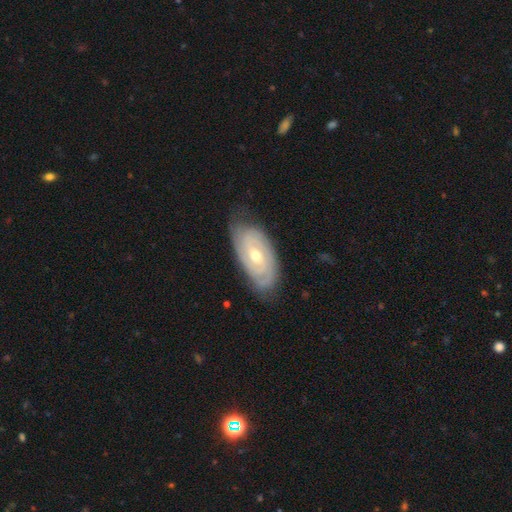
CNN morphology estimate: This appears to be a featured or disk galaxy (84%) with no bar (55%), 2 (39%) tight (77%) spiral arms (95%) and a moderate central bulge (55%). Merging: none (77%).